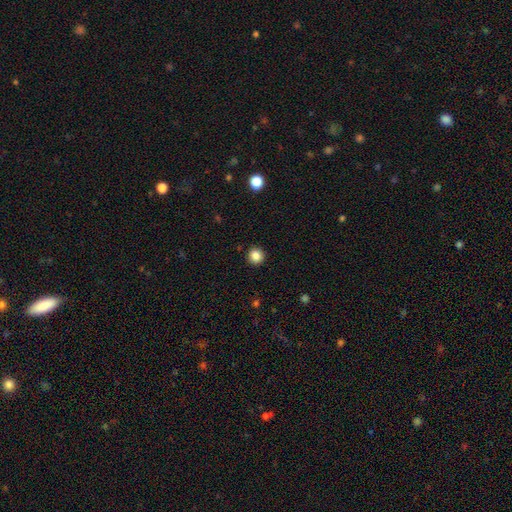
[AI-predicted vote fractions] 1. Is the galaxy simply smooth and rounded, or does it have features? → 85% smooth, 11% star or artifact, 4% featured or disk.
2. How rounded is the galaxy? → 94% round, 5% in between, 1% cigar-shaped.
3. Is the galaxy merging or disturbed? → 92% none, 5% minor disturbance, 2% major disturbance, 1% merger.